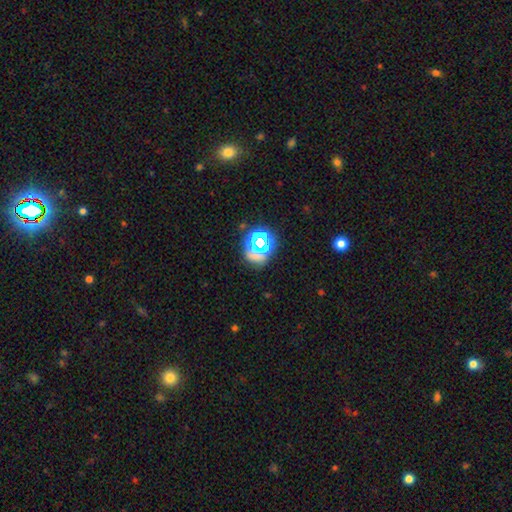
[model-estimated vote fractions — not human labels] Overall: star or artifact (47%; smooth 39%).